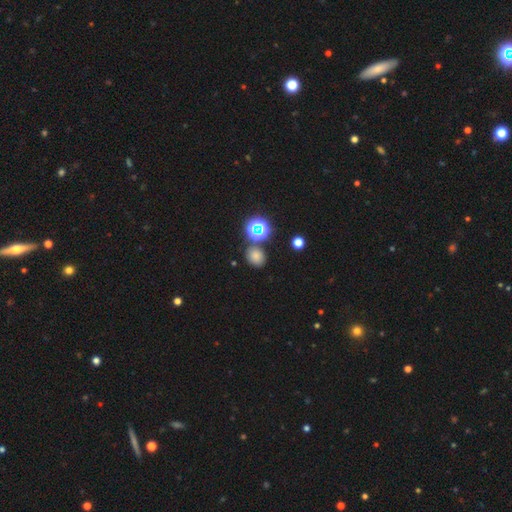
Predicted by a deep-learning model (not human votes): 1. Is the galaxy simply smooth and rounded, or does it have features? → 70% smooth, 24% star or artifact, 7% featured or disk.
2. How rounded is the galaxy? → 65% round, 34% in between, 1% cigar-shaped.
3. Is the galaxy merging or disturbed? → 75% none, 12% minor disturbance, 10% merger, 4% major disturbance.